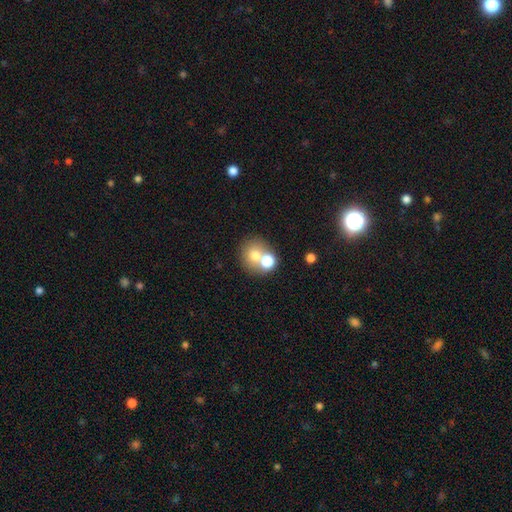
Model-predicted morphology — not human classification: smooth-or-featured: smooth: 69% | featured or disk: 18% | star or artifact: 13%
  how-rounded: round: 82% | in between: 18% | cigar-shaped: 1%
  merging: none: 47% | merger: 42% | minor disturbance: 7% | major disturbance: 3%